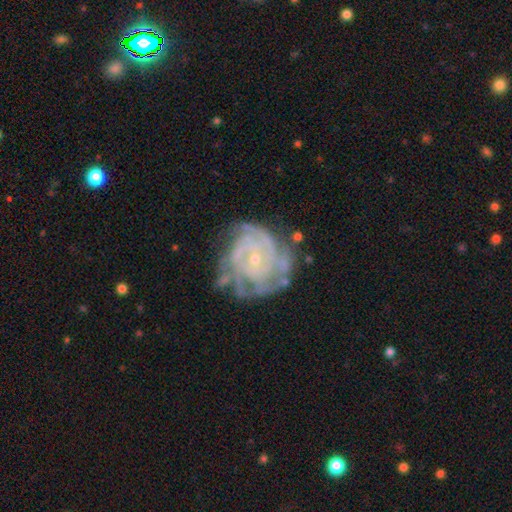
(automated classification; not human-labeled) smooth-or-featured: featured or disk: 83% | smooth: 9% | star or artifact: 8%
  disk-edge-on: no: 98% | yes: 2%
    bar: no: 76% | weak: 19% | strong: 5%
    has-spiral-arms: yes: 93% | no: 7%
      spiral-winding: tight: 75% | medium: 20% | loose: 5%
      spiral-arm-count: can't tell: 35% | 3: 19% | 4: 19% | 2: 13% | more than 4: 8% | 1: 6%
    bulge-size: small: 81% | moderate: 14% | none: 3% | large: 1% | dominant: 1%
  merging: none: 63% | minor disturbance: 23% | major disturbance: 11% | merger: 3%